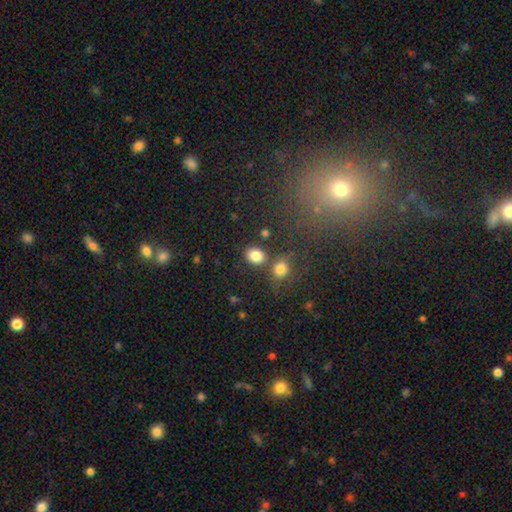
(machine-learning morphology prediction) type=smooth (84%); roundness=round (58%); merging=none (72%).